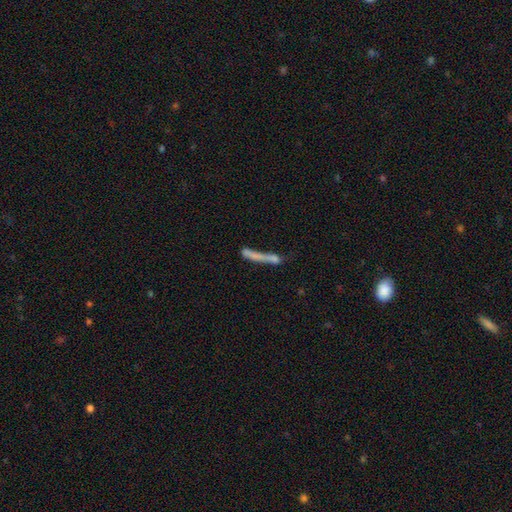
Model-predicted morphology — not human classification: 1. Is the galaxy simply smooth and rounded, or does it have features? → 58% smooth, 31% featured or disk, 11% star or artifact.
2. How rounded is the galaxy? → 91% cigar-shaped, 7% in between, 3% round.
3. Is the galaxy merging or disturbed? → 38% none, 29% merger, 17% major disturbance, 16% minor disturbance.